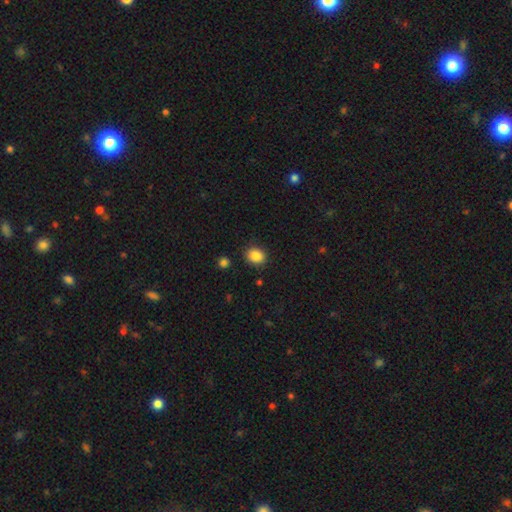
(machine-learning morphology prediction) A smooth galaxy with no disk features (87%) that is round (55%). Merging: none (85%).